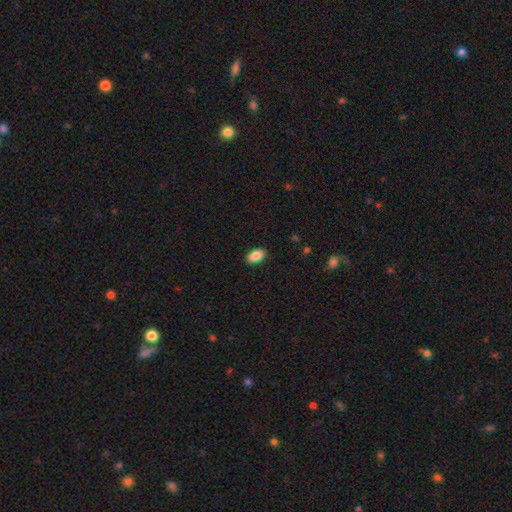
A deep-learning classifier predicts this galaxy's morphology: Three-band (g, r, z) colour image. It shows a smooth galaxy with no disk features (87%) that is in between round and cigar-shaped (92%). Merging: none (89%).